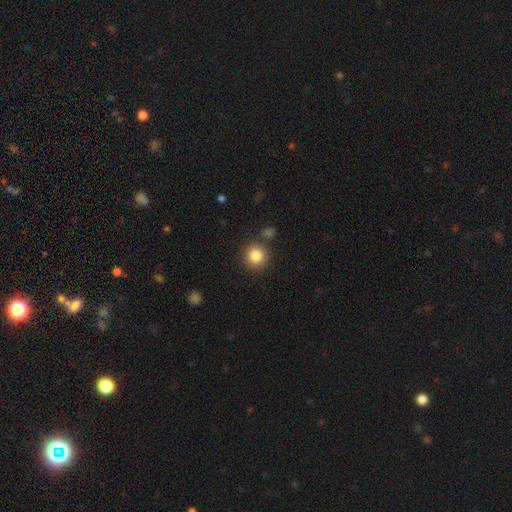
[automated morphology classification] Smooth or featured? Predicted: smooth (p=0.85). How rounded? Predicted: round (p=0.93). Merging? Predicted: none (p=0.85).